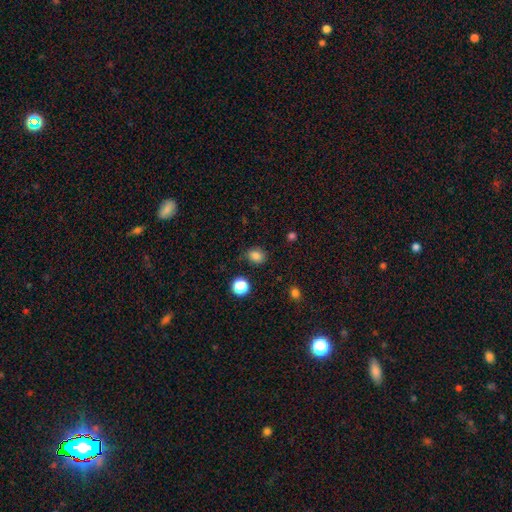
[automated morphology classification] This is clearly a smooth galaxy (82%). How rounded: possibly round (54%). Merging: clearly none (80%).